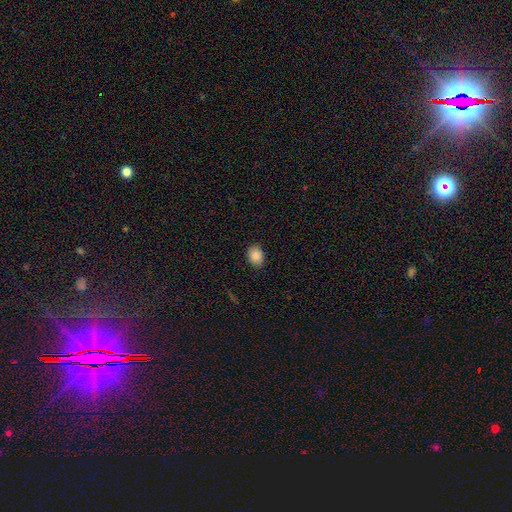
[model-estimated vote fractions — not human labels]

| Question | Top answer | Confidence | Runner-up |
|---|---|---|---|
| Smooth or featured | smooth | 87% | star or artifact (8%) |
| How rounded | in between | 70% | round (29%) |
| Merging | none | 87% | minor disturbance (10%) |